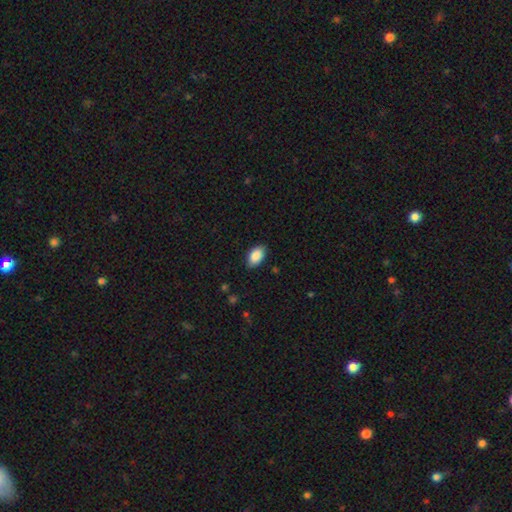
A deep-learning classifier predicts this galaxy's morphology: type=smooth (89%); roundness=in between (93%); merging=none (86%).